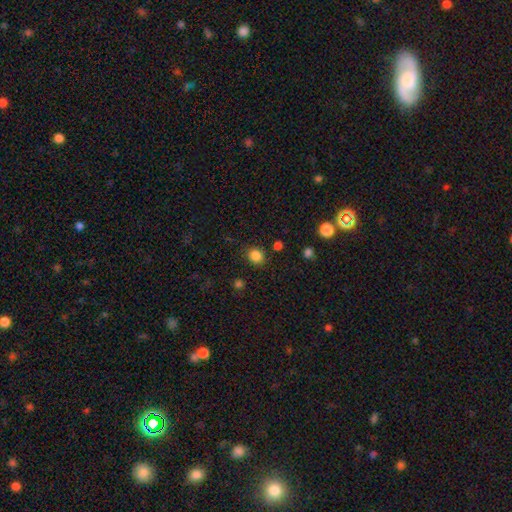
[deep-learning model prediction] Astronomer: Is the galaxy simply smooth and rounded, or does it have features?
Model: smooth — 84%.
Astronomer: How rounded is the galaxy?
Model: round — 81%.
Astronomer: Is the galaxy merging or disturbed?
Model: none — 86%.